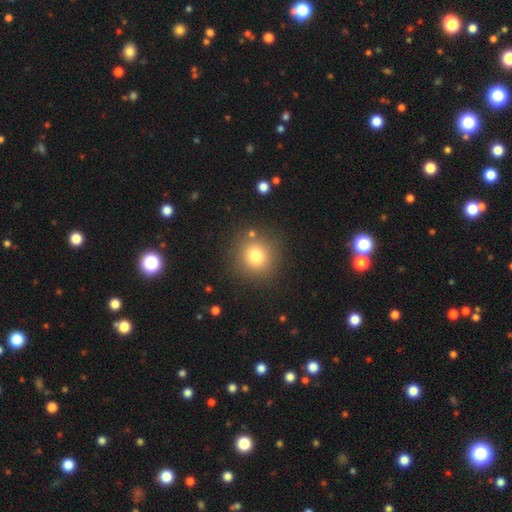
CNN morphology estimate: Overall: smooth (78%). How rounded: round (91%). Merging: none (85%).